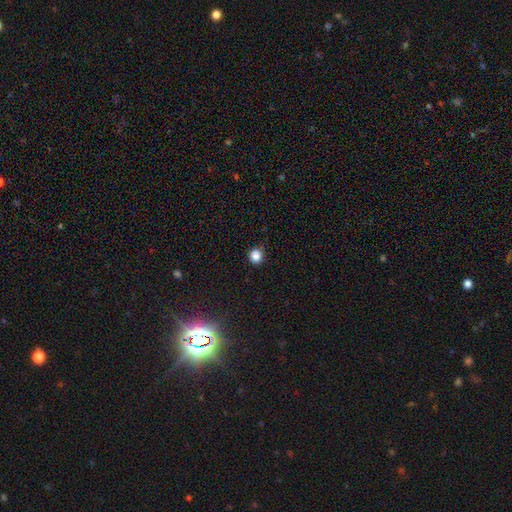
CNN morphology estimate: type=smooth (84%); roundness=round (89%); merging=none (82%).